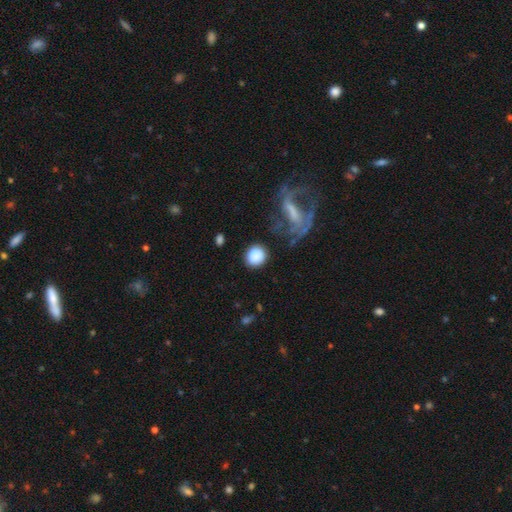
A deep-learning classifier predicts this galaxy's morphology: A smooth galaxy with no disk features (83%) that is round (88%). Merging: none (76%).